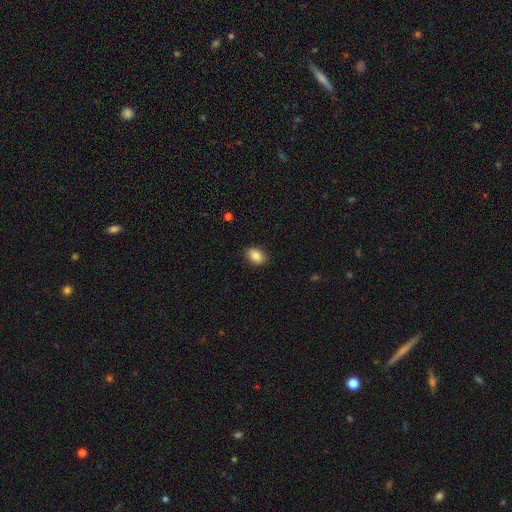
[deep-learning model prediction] Smooth or featured? smooth (86%)
How rounded? in between (84%)
Merging? none (87%)